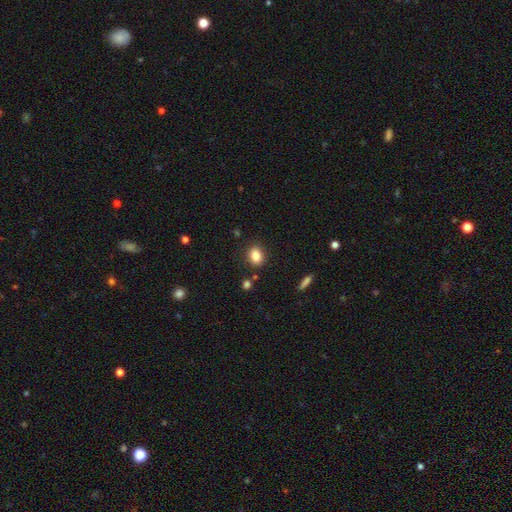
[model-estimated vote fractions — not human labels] Morphology: type=smooth (84%); roundness=in between (58%); merging=none (85%).